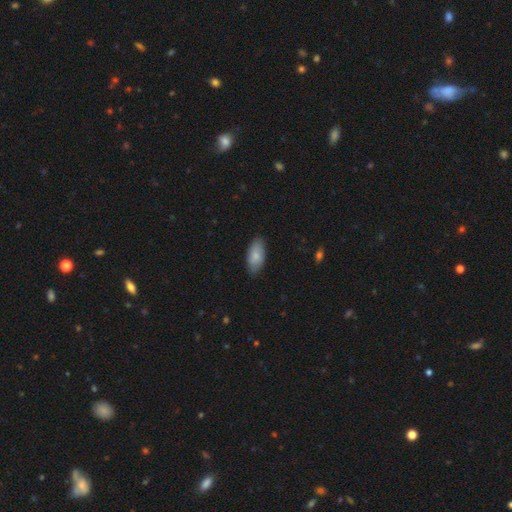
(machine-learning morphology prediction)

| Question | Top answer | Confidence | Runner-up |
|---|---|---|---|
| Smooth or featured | smooth | 81% | featured or disk (13%) |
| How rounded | in between | 92% | cigar-shaped (6%) |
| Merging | none | 83% | minor disturbance (13%) |